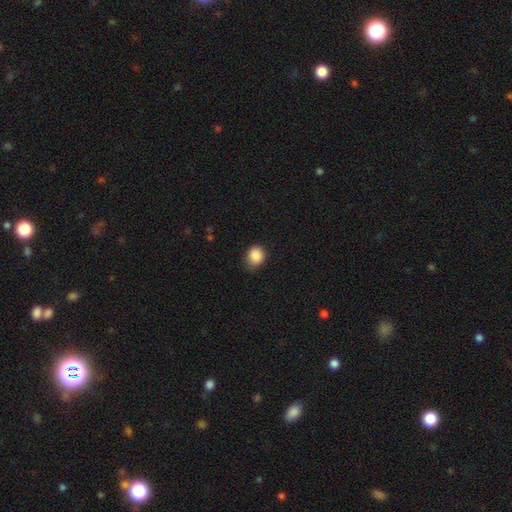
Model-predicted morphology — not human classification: Smooth or featured: smooth — 88% (star or artifact — 9%)
How rounded: round — 62% (in between — 37%)
Merging: none — 72% (minor disturbance — 22%)